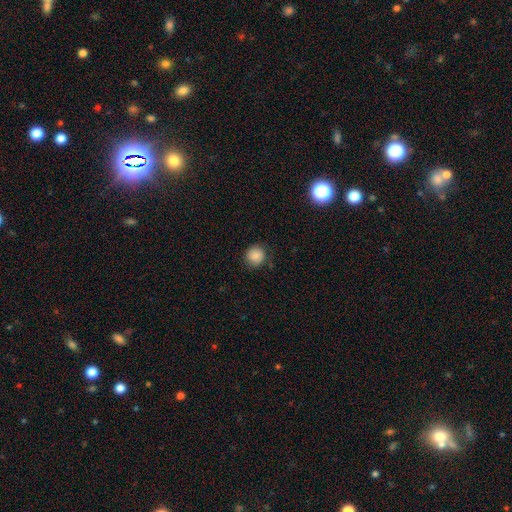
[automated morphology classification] smooth 84%, star or artifact 10%, featured or disk 6%. Down the decision tree: how rounded — round (92%); merging — none (84%).